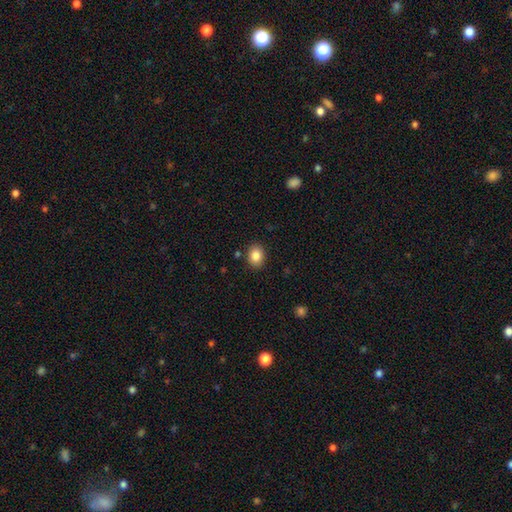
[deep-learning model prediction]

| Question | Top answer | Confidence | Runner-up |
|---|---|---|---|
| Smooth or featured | smooth | 86% | star or artifact (9%) |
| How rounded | in between | 50% | round (49%) |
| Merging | none | 88% | minor disturbance (8%) |